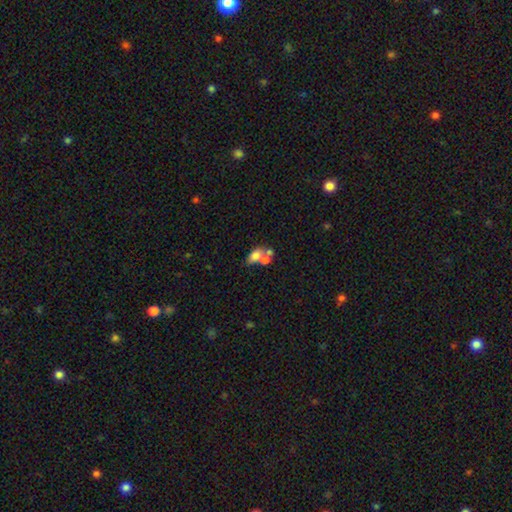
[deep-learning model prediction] A smooth galaxy with no disk features (63%) that is in between round and cigar-shaped (80%).

Vote fractions:
- Smooth or featured? smooth: 63% / featured or disk: 26% / star or artifact: 11%
- How rounded? in between: 80% / round: 16% / cigar-shaped: 4%
- Merging? merger: 54% / none: 28% / minor disturbance: 11% / major disturbance: 8%